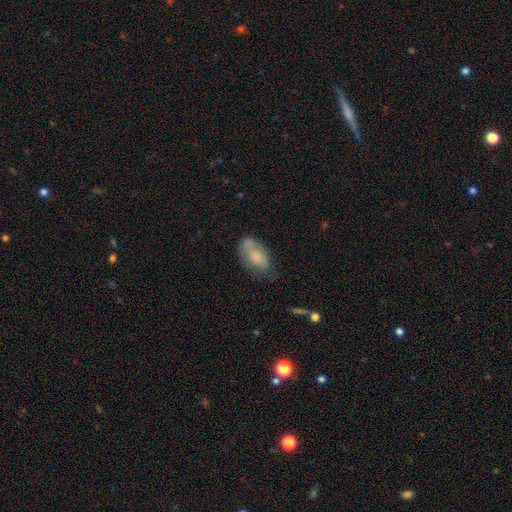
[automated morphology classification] Smooth or featured?
  - smooth: 68% *
  - featured or disk: 24%
  - star or artifact: 8%
How rounded?
  - in between: 92% *
  - round: 5%
  - cigar-shaped: 3%
Merging?
  - none: 48% *
  - minor disturbance: 33%
  - major disturbance: 14%
  - merger: 5%